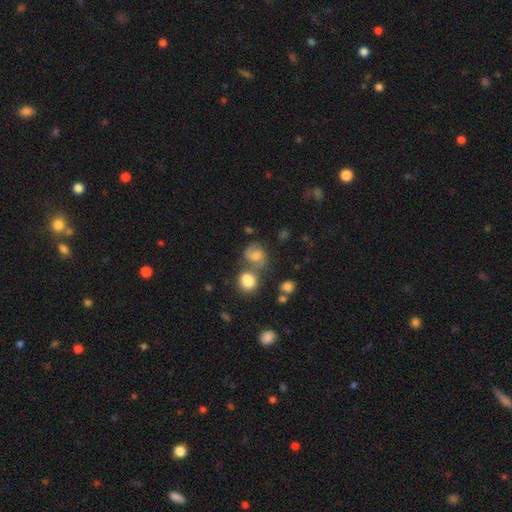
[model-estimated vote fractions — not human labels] featured or disk 57%, smooth 31%, star or artifact 12%. Down the decision tree: edge-on disk — no (97%); bar — no (51%); spiral arms — yes (91%); spiral arm count — 2 (87%); spiral winding — medium (56%); bulge size — moderate (42%); merging — none (49%).